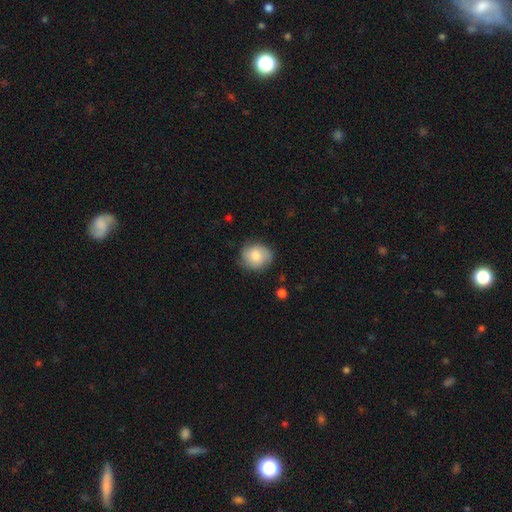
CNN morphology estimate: A smooth galaxy with no disk features (79%) that is round (71%). Merging: none (77%).